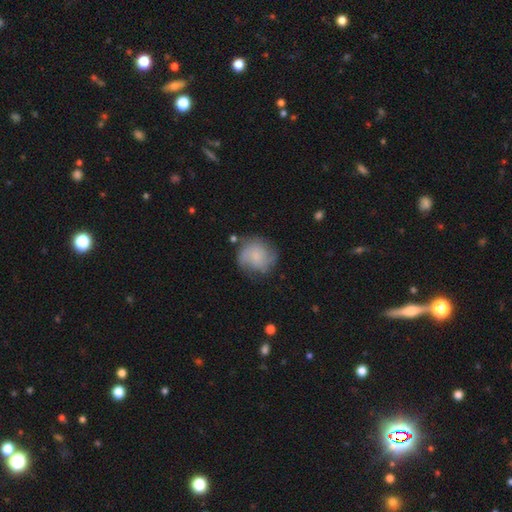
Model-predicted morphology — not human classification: A smooth galaxy with no disk features (52%) that is round (84%). Merging: none (66%).